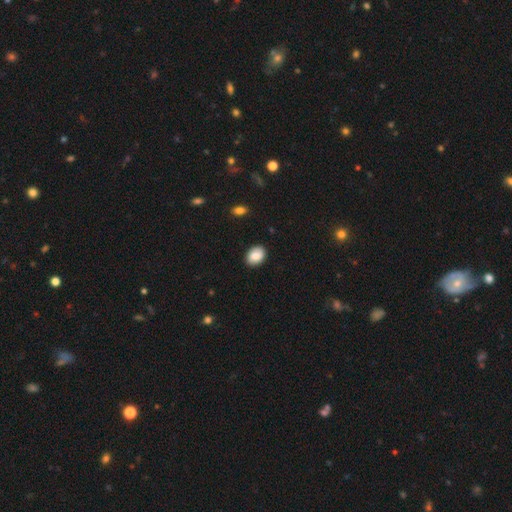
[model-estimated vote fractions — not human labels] The model was most divided on "how rounded": in between: 72%, round: 27%, cigar-shaped: 1%. More confident: merging — none (88%); smooth or featured — smooth (85%).